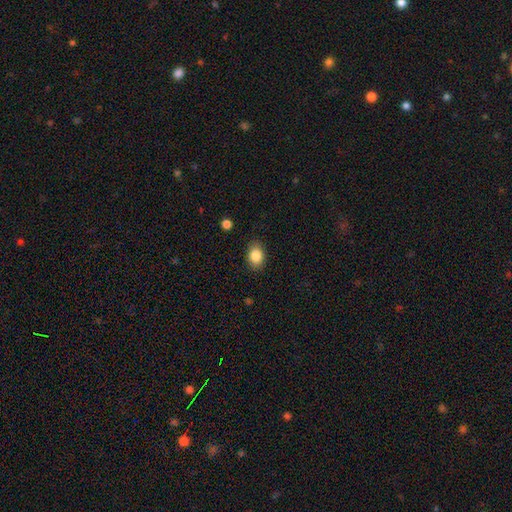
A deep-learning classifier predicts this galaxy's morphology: This is clearly a smooth galaxy (86%). How rounded: likely in between (75%). Merging: clearly none (85%).